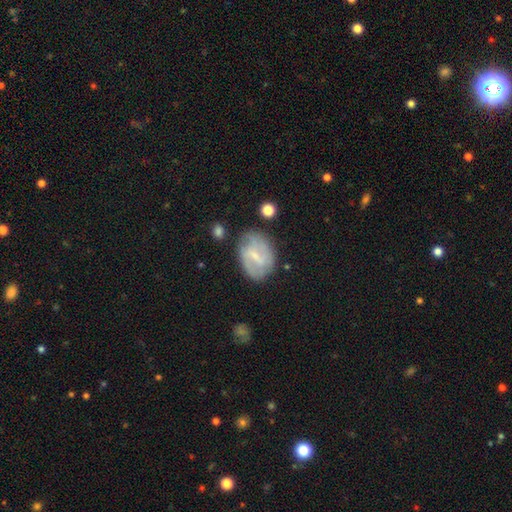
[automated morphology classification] Smooth or featured?
  - featured or disk: 62% *
  - smooth: 31%
  - star or artifact: 7%
Edge-on disk?
  - no: 96% *
  - yes: 4%
Bar?
  - weak: 55% *
  - strong: 29%
  - no: 16%
Spiral arms?
  - yes: 76% *
  - no: 24%
Bulge size?
  - small: 56% *
  - moderate: 21%
  - none: 20%
  - large: 2%
  - dominant: 1%
Merging?
  - none: 69% *
  - minor disturbance: 20%
  - major disturbance: 7%
  - merger: 3%